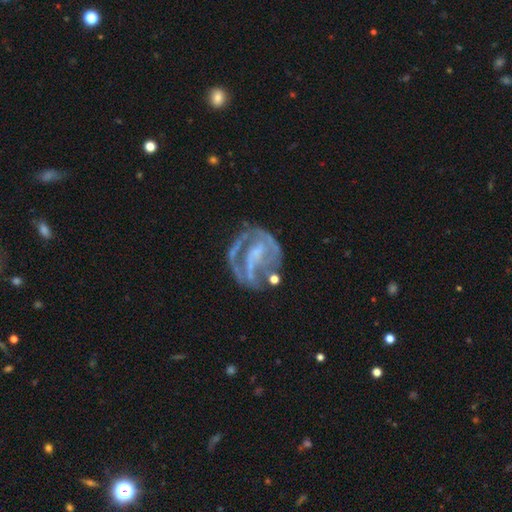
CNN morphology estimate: Smooth or featured? featured or disk (82%)
Edge-on disk? no (97%)
Bar? no (42%)
Spiral arms? yes (79%)
Spiral winding? tight (44%)
Spiral arm count? 2 (42%)
Bulge size? small (40%)
Merging? none (49%)